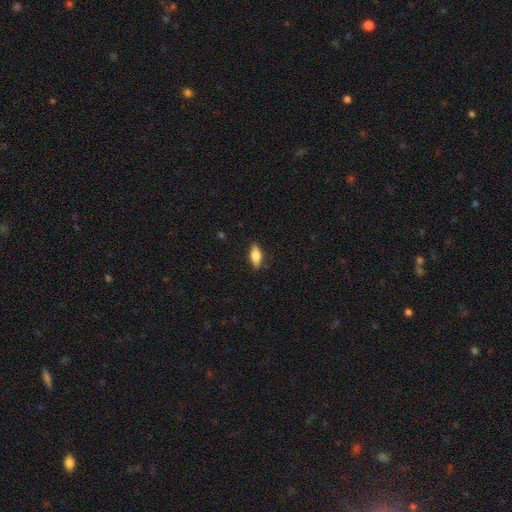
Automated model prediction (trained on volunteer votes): smooth-or-featured: smooth: 73% | featured or disk: 20% | star or artifact: 7%
  how-rounded: in between: 77% | cigar-shaped: 20% | round: 3%
  merging: none: 85% | minor disturbance: 12% | major disturbance: 2% | merger: 1%